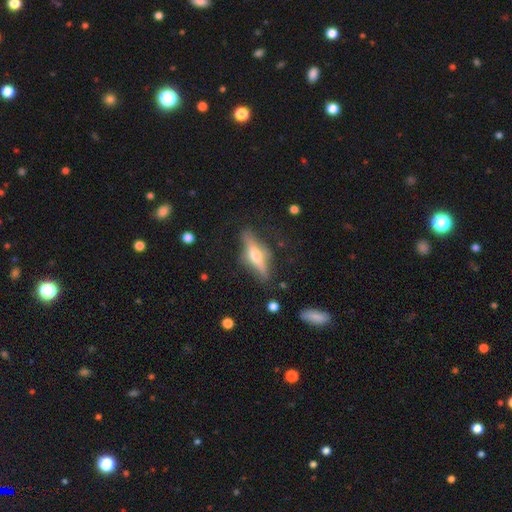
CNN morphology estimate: Smooth or featured? featured or disk (65%)
Edge-on disk? yes (93%)
Edge-on bulge? rounded (91%)
Merging? none (78%)